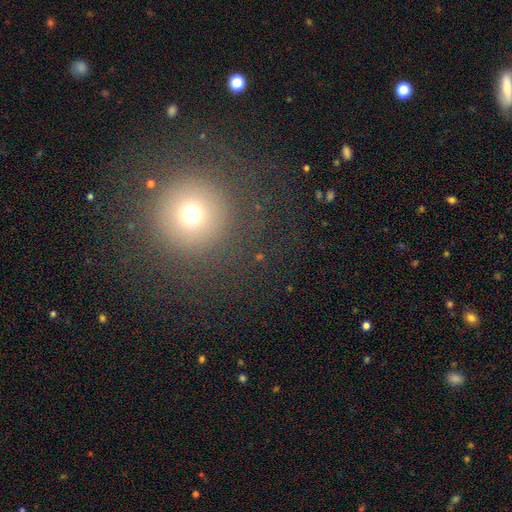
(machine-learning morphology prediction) Overall: smooth (62%; star or artifact 25%). How rounded: round (96%). Merging: none (88%).